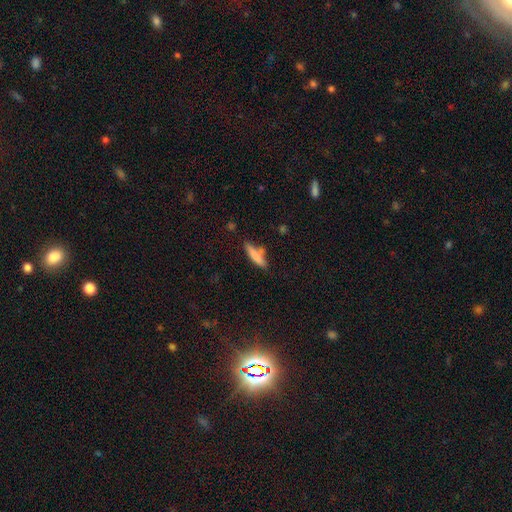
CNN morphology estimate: Smooth or featured?
  - smooth: 74% *
  - featured or disk: 19%
  - star or artifact: 7%
How rounded?
  - cigar-shaped: 80% *
  - in between: 18%
  - round: 2%
Merging?
  - none: 67% *
  - minor disturbance: 17%
  - merger: 11%
  - major disturbance: 5%